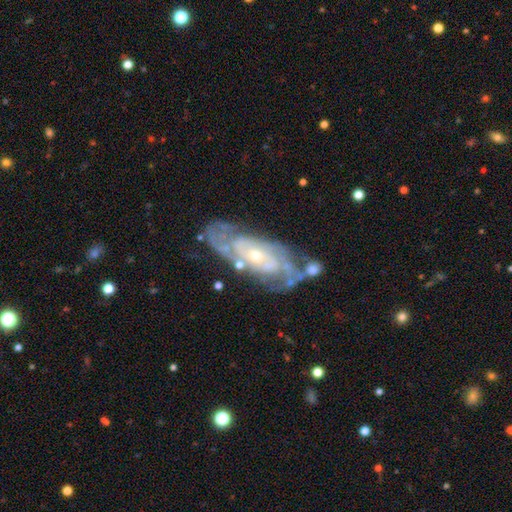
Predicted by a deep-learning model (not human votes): A featured or disk galaxy (86%) with no bar (66%), 2 (37%) tight (65%) spiral arms (94%) and a small central bulge (61%). Merging: none (65%).